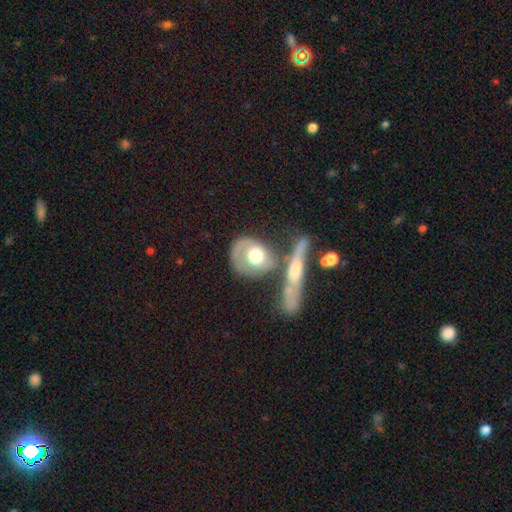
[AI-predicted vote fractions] smooth_or_featured: featured or disk (p=0.54) [alt: smooth p=0.40]
disk_edge_on: no (p=0.84) [alt: yes p=0.16]
merging: none (p=0.37) [alt: merger p=0.35]